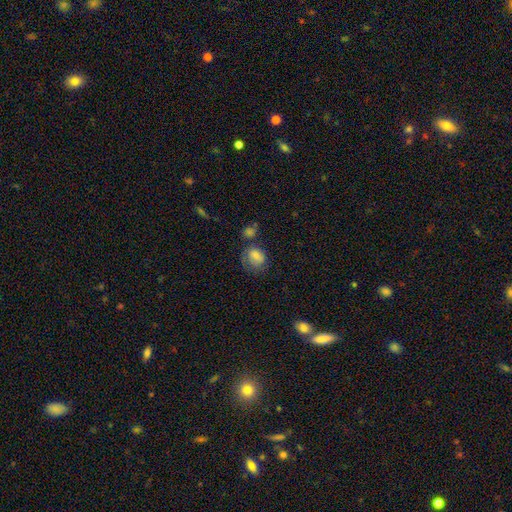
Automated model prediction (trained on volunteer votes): Q: Smooth or featured?
A: smooth (67%); runner-up: featured or disk (22%)
Q: How rounded?
A: round (50%); runner-up: in between (48%)
Q: Merging?
A: none (45%); runner-up: minor disturbance (25%)